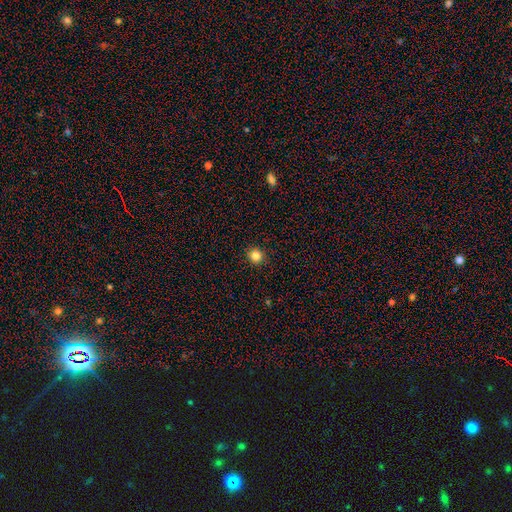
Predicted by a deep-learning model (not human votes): A smooth galaxy with no disk features (84%) that is round (93%).

Vote fractions:
- Smooth or featured? smooth: 84% / star or artifact: 12% / featured or disk: 4%
- How rounded? round: 93% / in between: 6% / cigar-shaped: 1%
- Merging? none: 93% / minor disturbance: 5% / major disturbance: 2% / merger: 1%